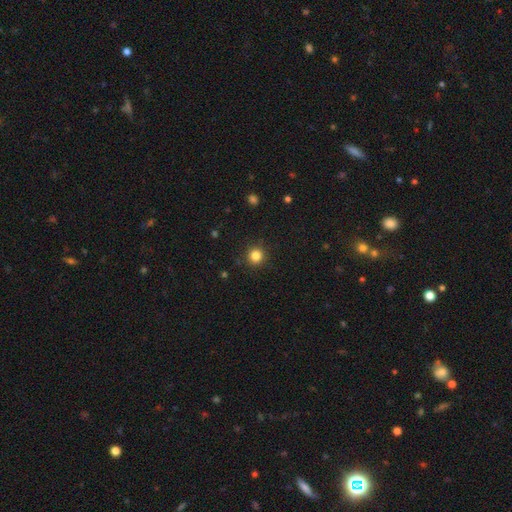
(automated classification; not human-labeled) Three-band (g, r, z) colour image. It shows a smooth galaxy with no disk features (83%) that is round (94%). Merging: none (90%).